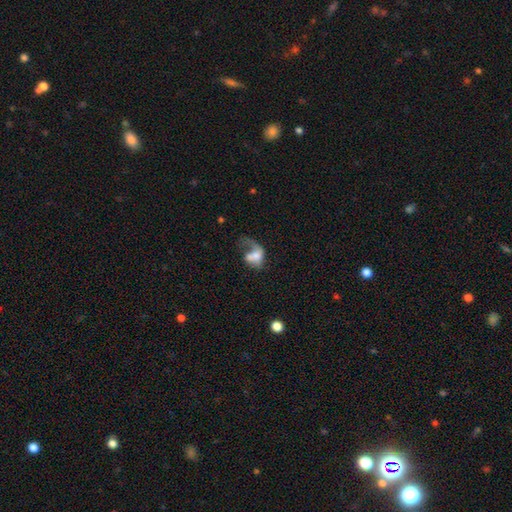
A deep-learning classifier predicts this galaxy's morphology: smooth 49%, featured or disk 42%, star or artifact 9%. Down the decision tree: merging — major disturbance (45%).